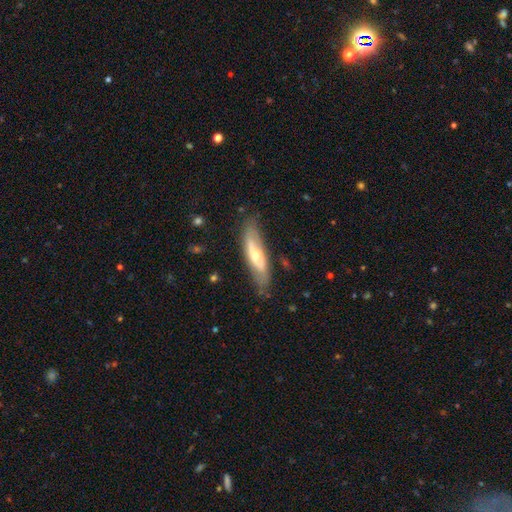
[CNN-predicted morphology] A featured or disk galaxy (57%).

Vote fractions:
- Smooth or featured? featured or disk: 57% / smooth: 37% / star or artifact: 6%
- Edge-on disk? no: 56% / yes: 44%
- Merging? none: 76% / minor disturbance: 17% / major disturbance: 5% / merger: 2%